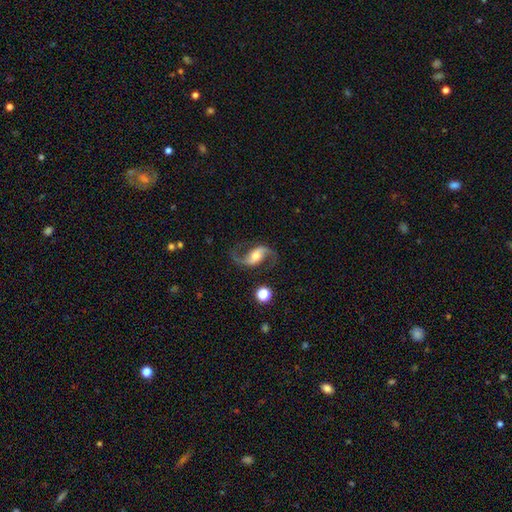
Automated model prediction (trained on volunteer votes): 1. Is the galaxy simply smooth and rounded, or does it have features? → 89% featured or disk, 6% smooth, 5% star or artifact.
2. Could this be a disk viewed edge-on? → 97% no, 3% yes.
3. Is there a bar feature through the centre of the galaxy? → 37% weak, 33% no, 30% strong.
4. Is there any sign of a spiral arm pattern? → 97% yes, 3% no.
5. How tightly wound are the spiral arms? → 70% loose, 25% medium, 5% tight.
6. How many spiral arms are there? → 94% 2, 2% 1, 1% can't tell, 1% 3, 1% 4, 1% more than 4.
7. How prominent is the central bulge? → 56% moderate, 30% small, 9% large, 3% none, 2% dominant.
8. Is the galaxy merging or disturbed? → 78% none, 12% minor disturbance, 8% major disturbance, 2% merger.